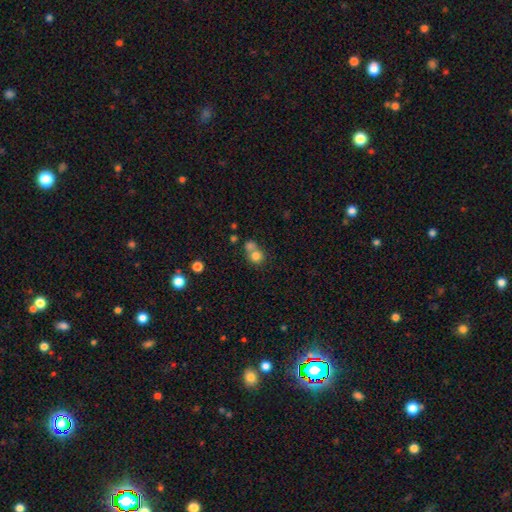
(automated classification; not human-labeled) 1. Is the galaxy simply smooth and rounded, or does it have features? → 77% smooth, 12% star or artifact, 11% featured or disk.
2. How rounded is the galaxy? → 84% round, 15% in between, 1% cigar-shaped.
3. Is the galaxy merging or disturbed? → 50% merger, 40% none, 7% minor disturbance, 4% major disturbance.